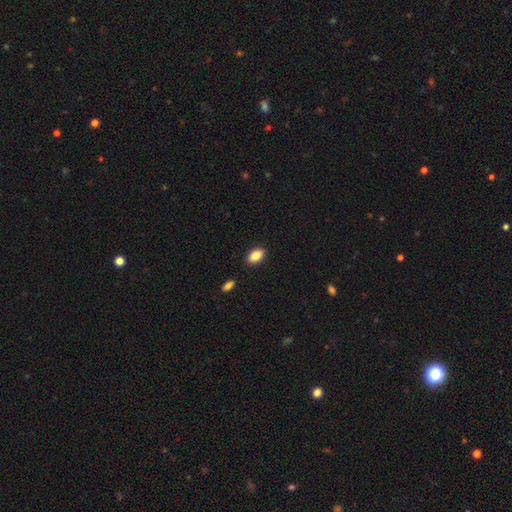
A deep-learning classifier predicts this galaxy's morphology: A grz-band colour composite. It shows a smooth galaxy with no disk features (85%) that is in between round and cigar-shaped (91%). Merging: none (89%).